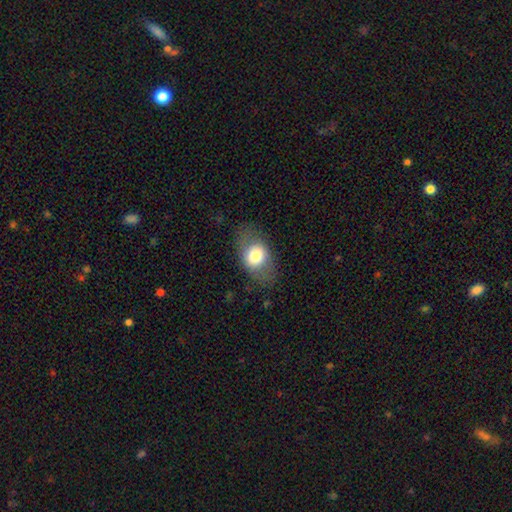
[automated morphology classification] This is likely a smooth galaxy (70%). How rounded: likely in between (74%). Merging: likely none (74%).